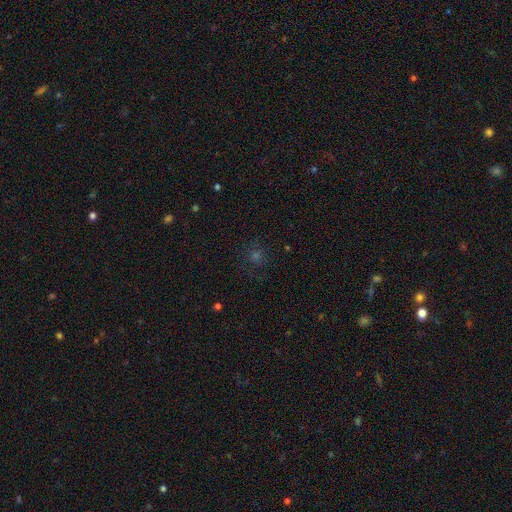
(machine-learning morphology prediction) Overall: smooth (43%; star or artifact 42%). Merging: none (83%).